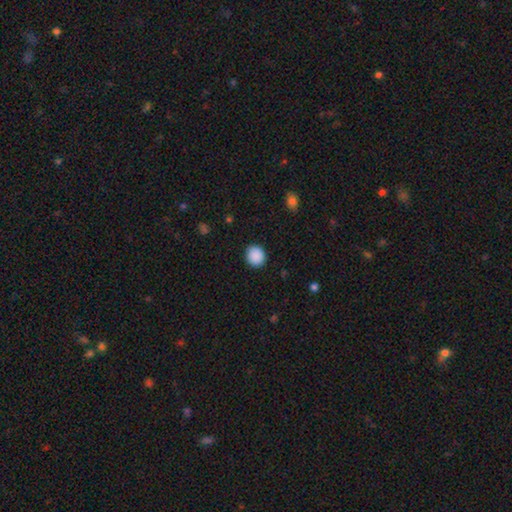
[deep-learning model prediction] Smooth or featured: smooth — 90% (star or artifact — 8%)
How rounded: round — 84% (in between — 15%)
Merging: none — 91% (minor disturbance — 6%)